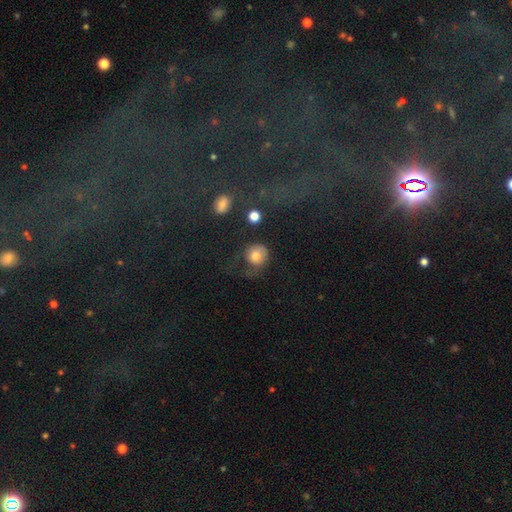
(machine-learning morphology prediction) Smooth or featured? smooth (76%)
How rounded? round (80%)
Merging? none (39%)